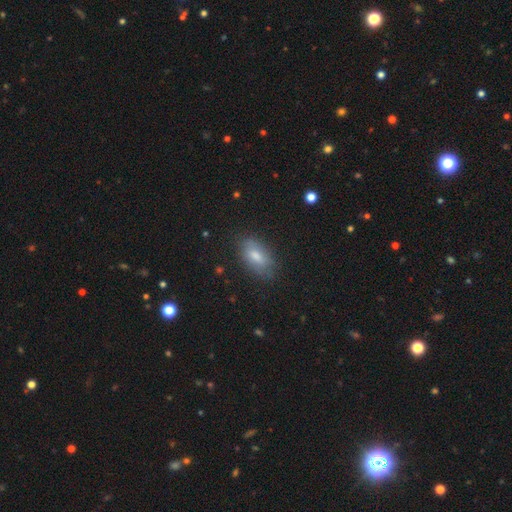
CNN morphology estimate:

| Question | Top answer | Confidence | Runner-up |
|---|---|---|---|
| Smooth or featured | smooth | 69% | featured or disk (20%) |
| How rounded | in between | 88% | cigar-shaped (6%) |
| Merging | none | 79% | minor disturbance (16%) |